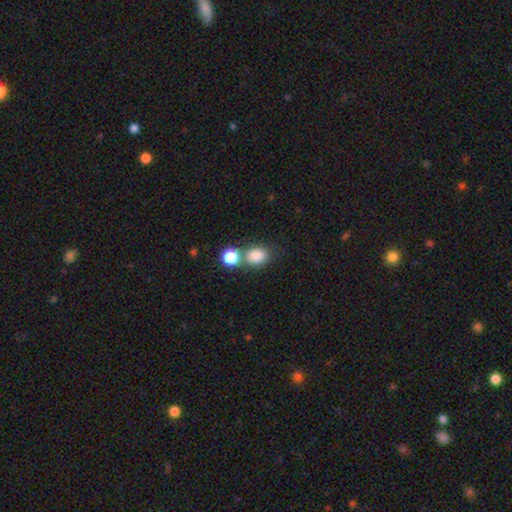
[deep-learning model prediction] Q: Smooth or featured?
A: smooth (84%); runner-up: star or artifact (10%)
Q: How rounded?
A: in between (58%); runner-up: round (41%)
Q: Merging?
A: none (51%); runner-up: merger (32%)